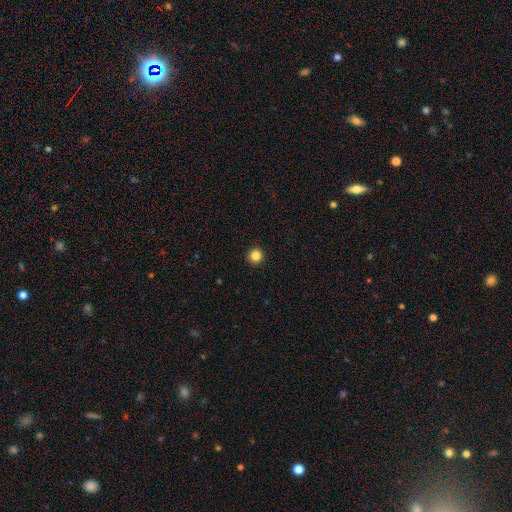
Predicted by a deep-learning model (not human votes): smooth_or_featured: smooth (p=0.85) [alt: star or artifact p=0.11]
how_rounded: round (p=0.96) [alt: in between p=0.03]
merging: none (p=0.94) [alt: minor disturbance p=0.04]